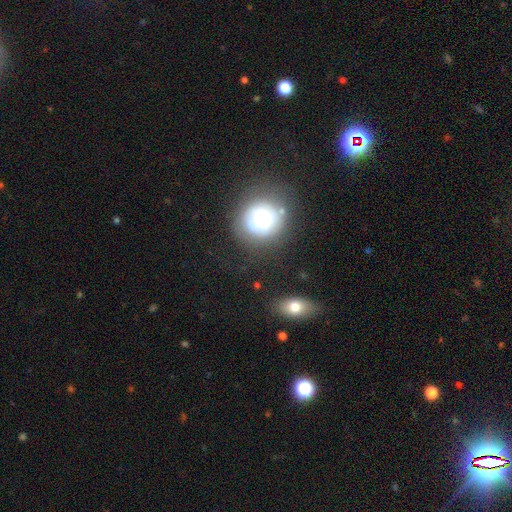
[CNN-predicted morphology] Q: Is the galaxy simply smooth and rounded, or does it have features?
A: smooth — 48%.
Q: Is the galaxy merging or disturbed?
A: none — 83%.